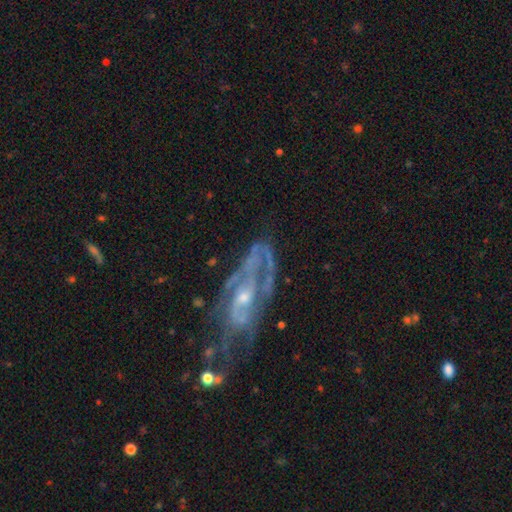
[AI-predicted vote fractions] Smooth or featured?
  - featured or disk: 84% *
  - smooth: 8%
  - star or artifact: 7%
Edge-on disk?
  - no: 93% *
  - yes: 7%
Bar?
  - no: 59% *
  - weak: 31%
  - strong: 10%
Spiral arms?
  - yes: 90% *
  - no: 10%
Spiral winding?
  - medium: 44% *
  - tight: 37%
  - loose: 19%
Spiral arm count?
  - 2: 45% *
  - can't tell: 24%
  - 3: 14%
  - 1: 8%
  - 4: 4%
  - more than 4: 4%
Bulge size?
  - small: 58% *
  - moderate: 37%
  - none: 3%
  - large: 2%
  - dominant: 1%
Merging?
  - none: 45% *
  - major disturbance: 26%
  - minor disturbance: 23%
  - merger: 6%